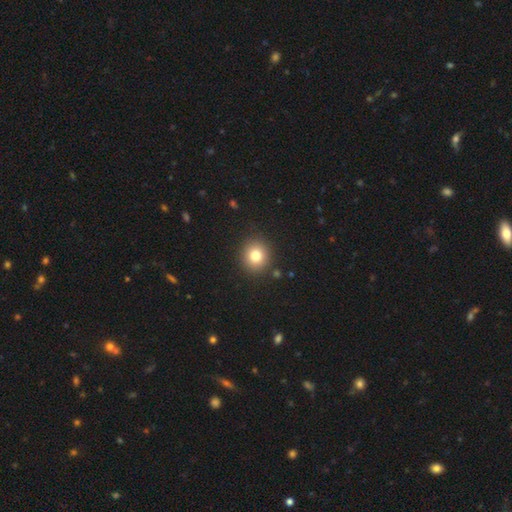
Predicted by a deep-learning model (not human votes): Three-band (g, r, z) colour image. It shows a smooth galaxy with no disk features (80%) that is round (87%). Merging: none (90%).